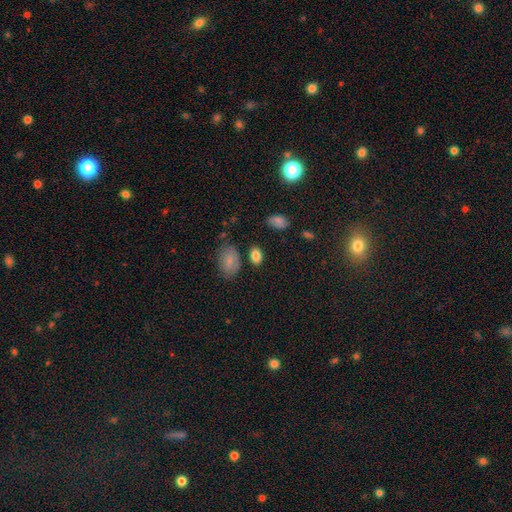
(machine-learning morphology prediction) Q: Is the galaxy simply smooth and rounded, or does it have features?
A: smooth — 84%.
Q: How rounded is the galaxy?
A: in between — 86%.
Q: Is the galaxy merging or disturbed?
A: none — 78%.